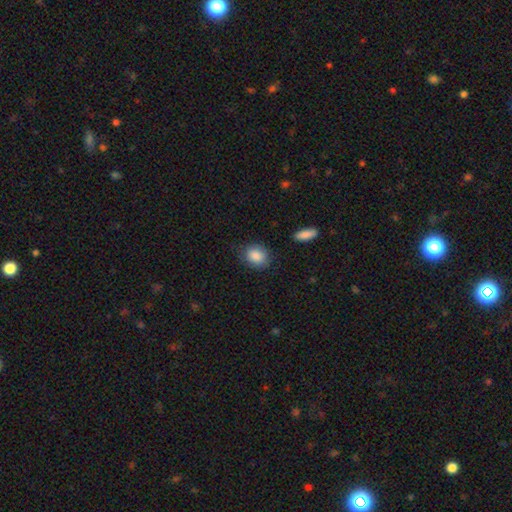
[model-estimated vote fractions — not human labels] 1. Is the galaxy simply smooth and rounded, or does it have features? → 87% smooth, 7% star or artifact, 5% featured or disk.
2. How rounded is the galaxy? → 55% round, 44% in between, 1% cigar-shaped.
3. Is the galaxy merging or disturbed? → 80% none, 14% minor disturbance, 4% major disturbance, 2% merger.